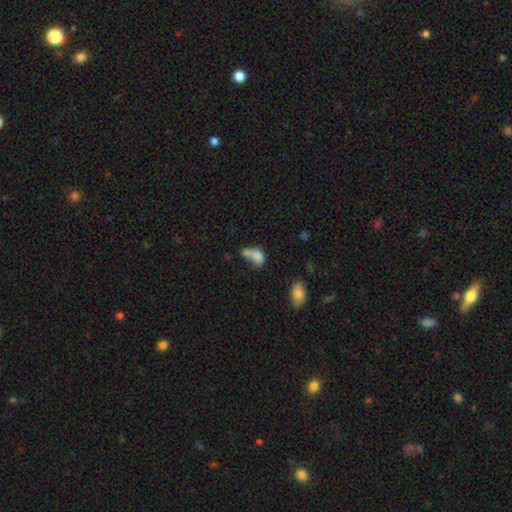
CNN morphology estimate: A smooth galaxy with no disk features (76%) that is in between round and cigar-shaped (72%). Merging: merger (62%).